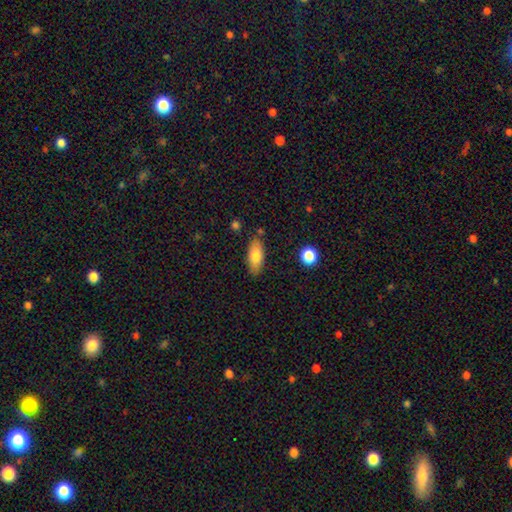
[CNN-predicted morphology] Smooth or featured?
  - smooth: 77% *
  - featured or disk: 16%
  - star or artifact: 7%
How rounded?
  - in between: 84% *
  - cigar-shaped: 14%
  - round: 3%
Merging?
  - none: 81% *
  - minor disturbance: 13%
  - merger: 3%
  - major disturbance: 3%